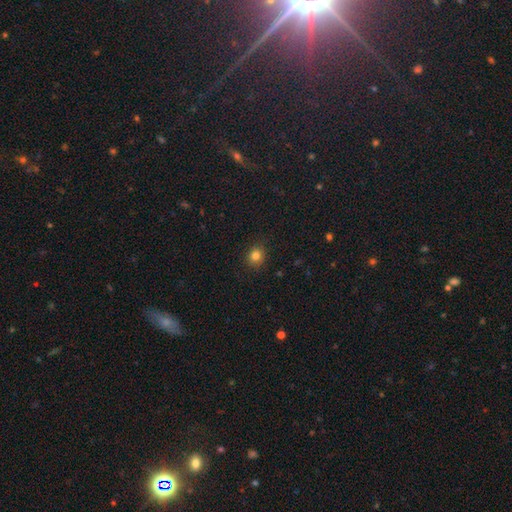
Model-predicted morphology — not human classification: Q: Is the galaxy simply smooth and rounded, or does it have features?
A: smooth — 82%.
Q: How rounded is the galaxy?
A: round — 79%.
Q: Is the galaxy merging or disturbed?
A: none — 89%.